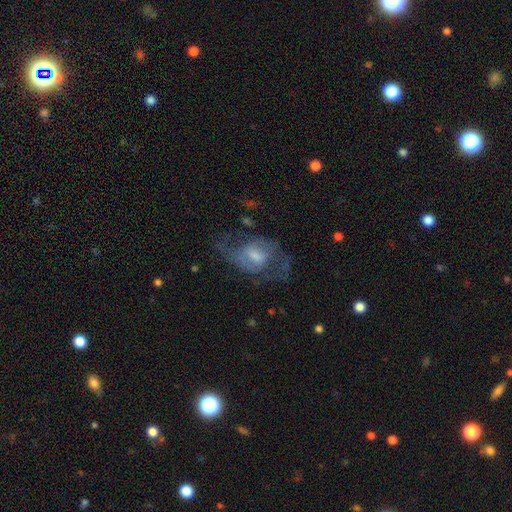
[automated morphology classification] type=featured or disk (66%); edge-on=no (96%); bar=weak (45%, tied with no); spiral arms=yes (68%); bulge=moderate (46%); merging=none (44%).